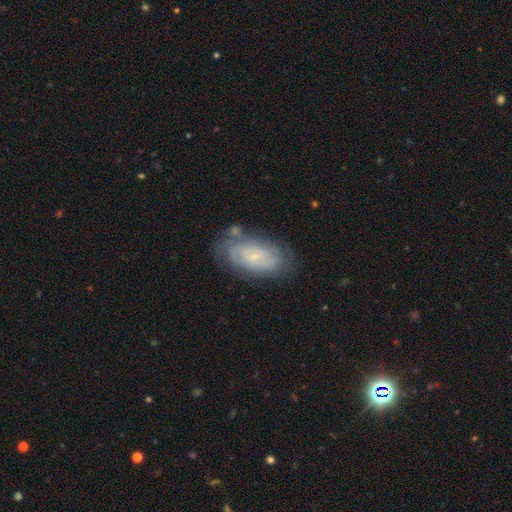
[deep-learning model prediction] A featured or disk galaxy (56%) with no bar (68%), spiral arms (80%) and a small central bulge (69%).

Vote fractions:
- Smooth or featured? featured or disk: 56% / smooth: 32% / star or artifact: 12%
- Edge-on disk? no: 92% / yes: 8%
- Bar? no: 68% / weak: 26% / strong: 5%
- Spiral arms? yes: 80% / no: 20%
- Bulge size? small: 69% / moderate: 19% / none: 8% / large: 2% / dominant: 1%
- Merging? none: 75% / minor disturbance: 17% / major disturbance: 5% / merger: 3%